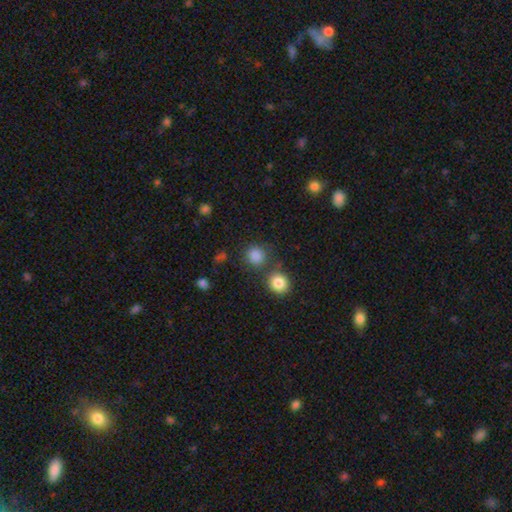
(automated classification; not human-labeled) Q: Smooth or featured?
A: smooth (84%); runner-up: star or artifact (12%)
Q: How rounded?
A: round (87%); runner-up: in between (12%)
Q: Merging?
A: none (72%); runner-up: merger (13%)